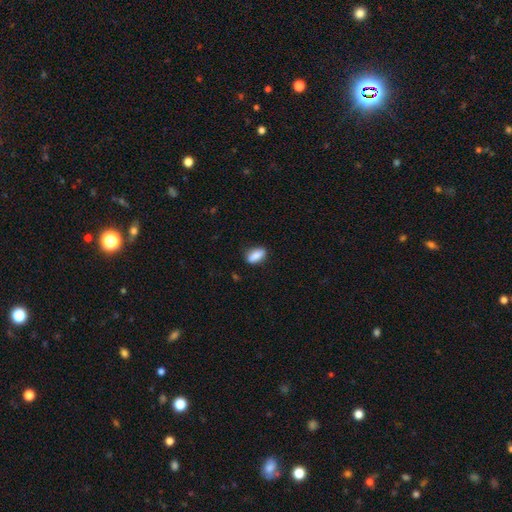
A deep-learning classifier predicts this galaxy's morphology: Q: Smooth or featured?
A: smooth (87%); runner-up: star or artifact (7%)
Q: How rounded?
A: in between (84%); runner-up: cigar-shaped (12%)
Q: Merging?
A: none (83%); runner-up: minor disturbance (13%)